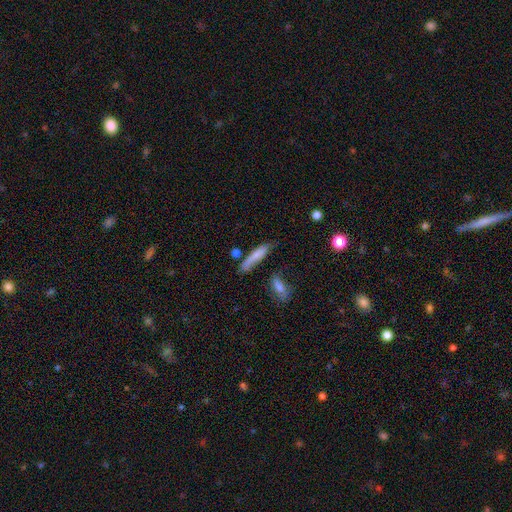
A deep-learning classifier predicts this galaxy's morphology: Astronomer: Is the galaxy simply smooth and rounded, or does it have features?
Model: smooth — 74%.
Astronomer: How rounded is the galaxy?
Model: cigar-shaped — 79%.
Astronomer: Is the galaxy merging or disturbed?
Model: none — 62%.